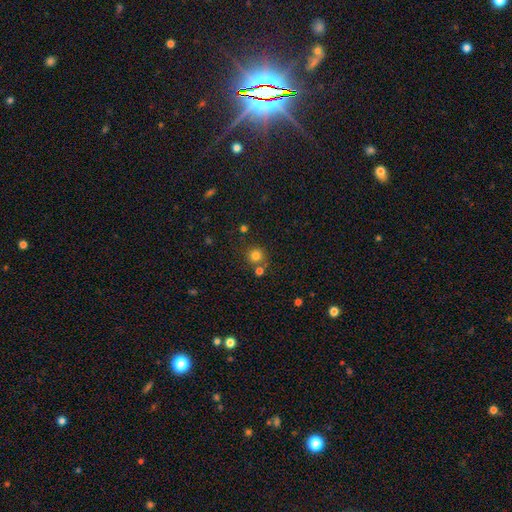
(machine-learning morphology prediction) This is likely a smooth galaxy (79%). How rounded: clearly round (92%). Merging: likely none (72%).